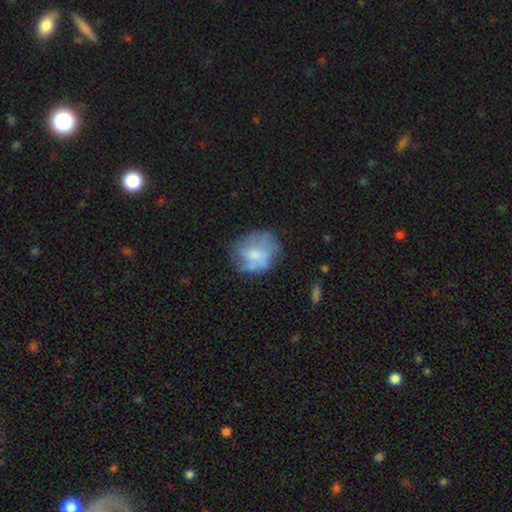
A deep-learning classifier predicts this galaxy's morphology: type=smooth (55%); roundness=round (68%); merging=none (57%).